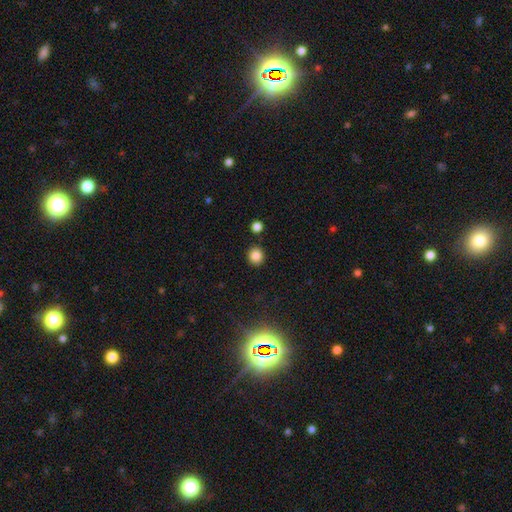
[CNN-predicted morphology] type=smooth (84%); roundness=round (89%); merging=none (89%).